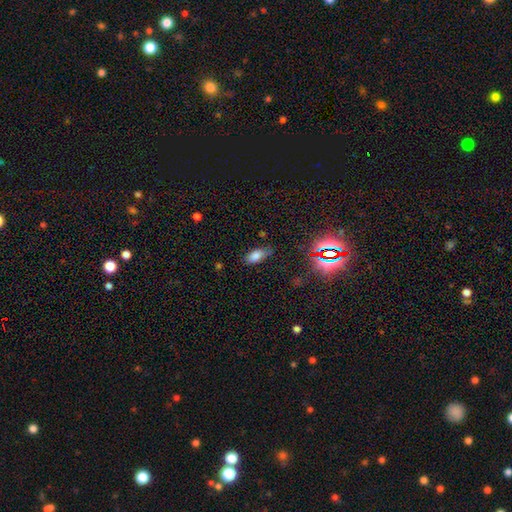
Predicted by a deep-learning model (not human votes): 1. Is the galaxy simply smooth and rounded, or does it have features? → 77% smooth, 14% star or artifact, 10% featured or disk.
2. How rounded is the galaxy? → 85% in between, 11% cigar-shaped, 4% round.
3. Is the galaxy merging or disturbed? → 74% none, 20% minor disturbance, 5% major disturbance, 2% merger.